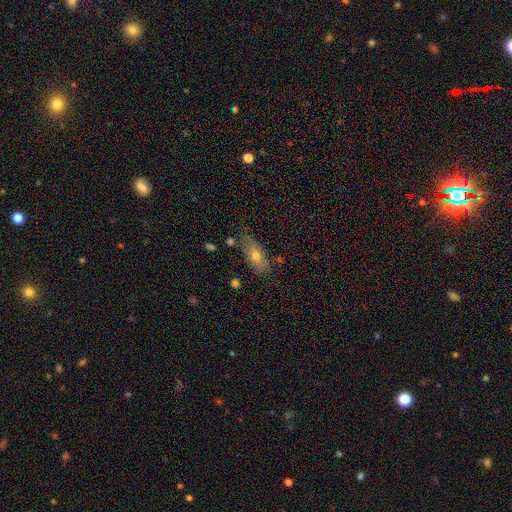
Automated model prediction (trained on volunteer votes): Overall: smooth (64%; featured or disk 26%). How rounded: in between (77%). Merging: none (63%; minor disturbance 26%).